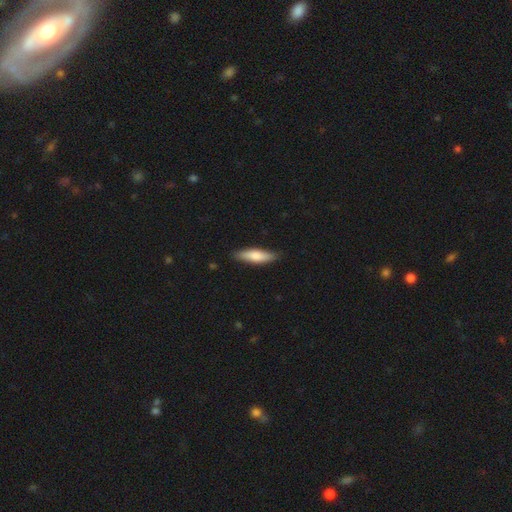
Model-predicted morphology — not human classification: A smooth galaxy with no disk features (71%) that is cigar-shaped (68%).

Vote fractions:
- Smooth or featured? smooth: 71% / featured or disk: 24% / star or artifact: 5%
- How rounded? cigar-shaped: 68% / in between: 30% / round: 2%
- Merging? none: 86% / minor disturbance: 11% / major disturbance: 2% / merger: 1%